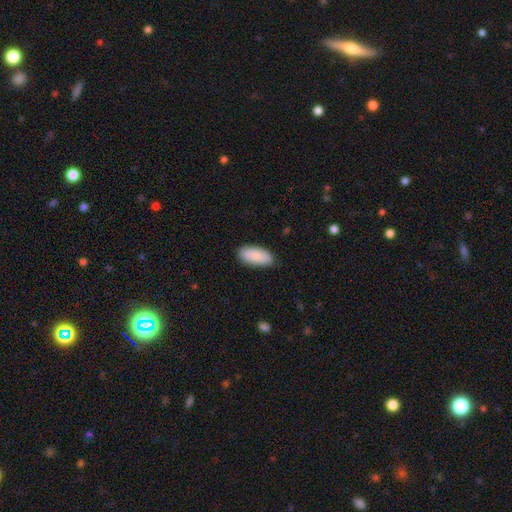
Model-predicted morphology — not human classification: smooth-or-featured: smooth: 82% | featured or disk: 12% | star or artifact: 6%
  how-rounded: in between: 92% | cigar-shaped: 6% | round: 2%
  merging: none: 83% | minor disturbance: 14% | major disturbance: 2% | merger: 1%